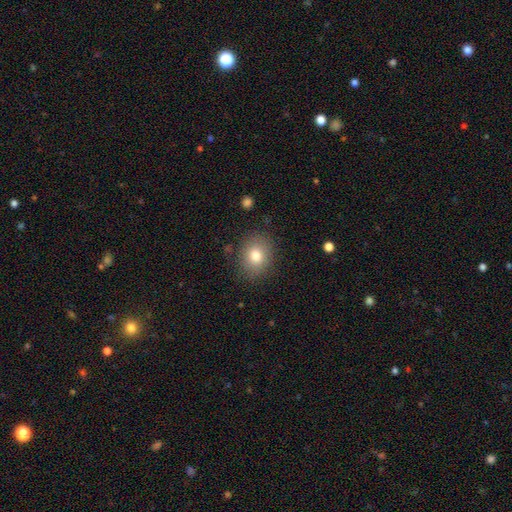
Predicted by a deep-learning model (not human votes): Morphology: type=smooth (79%); roundness=round (55%); merging=none (85%).